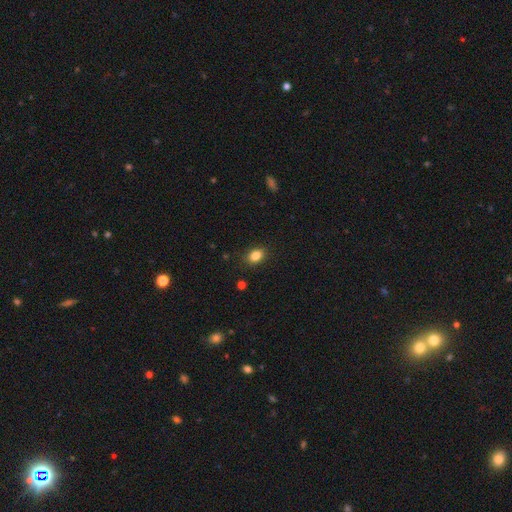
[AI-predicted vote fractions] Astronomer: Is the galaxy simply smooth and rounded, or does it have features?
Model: smooth — 84%.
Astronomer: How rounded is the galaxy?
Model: in between — 73%.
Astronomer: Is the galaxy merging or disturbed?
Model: none — 86%.